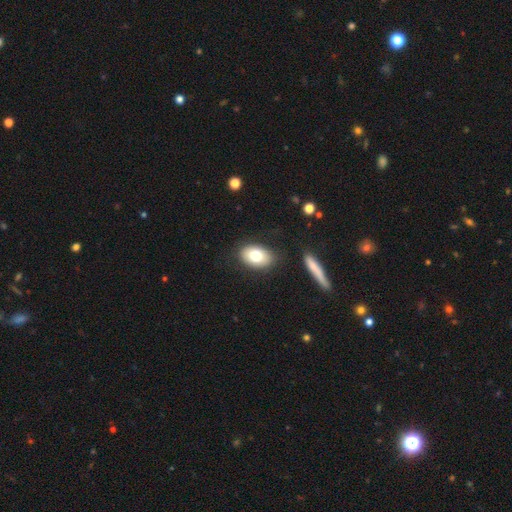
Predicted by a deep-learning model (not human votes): smooth-or-featured: smooth: 76% | featured or disk: 16% | star or artifact: 8%
  how-rounded: in between: 86% | round: 13% | cigar-shaped: 1%
  merging: none: 84% | minor disturbance: 11% | major disturbance: 3% | merger: 3%